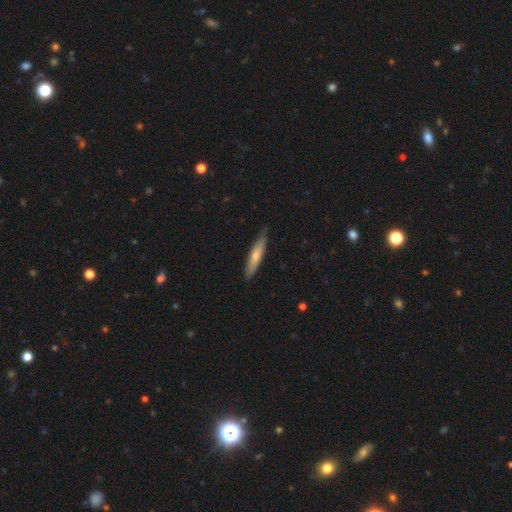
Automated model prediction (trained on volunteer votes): Overall: smooth (68%). How rounded: cigar-shaped (86%). Merging: none (82%).